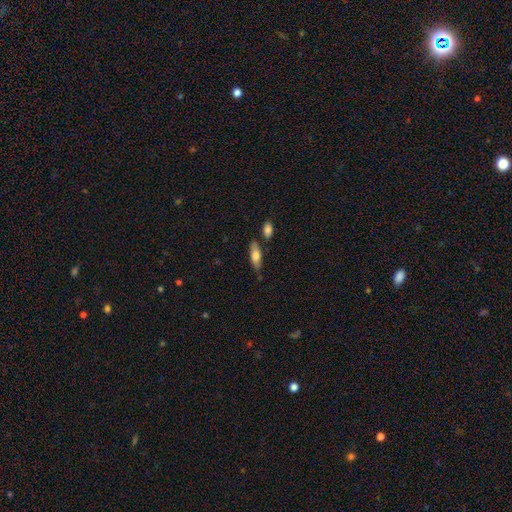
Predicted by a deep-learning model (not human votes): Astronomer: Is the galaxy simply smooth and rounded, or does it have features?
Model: smooth — 65%.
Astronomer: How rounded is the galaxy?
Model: in between — 59% (runner-up: cigar-shaped, 38%).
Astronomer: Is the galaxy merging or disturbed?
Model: none — 73%.